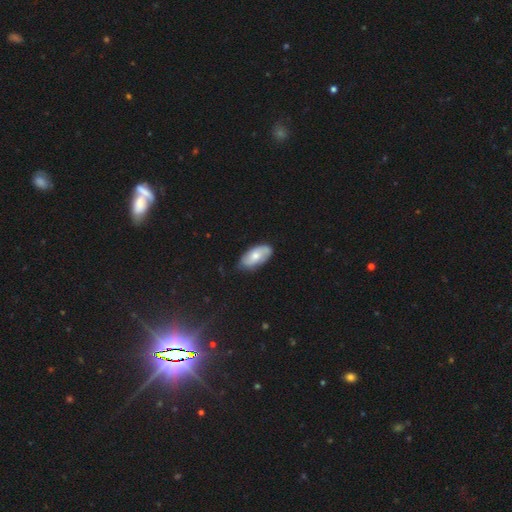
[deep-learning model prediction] A smooth galaxy with no disk features (60%) that is in between round and cigar-shaped (93%).

Vote fractions:
- Smooth or featured? smooth: 60% / featured or disk: 34% / star or artifact: 6%
- How rounded? in between: 93% / cigar-shaped: 5% / round: 3%
- Merging? none: 76% / minor disturbance: 19% / major disturbance: 3% / merger: 1%